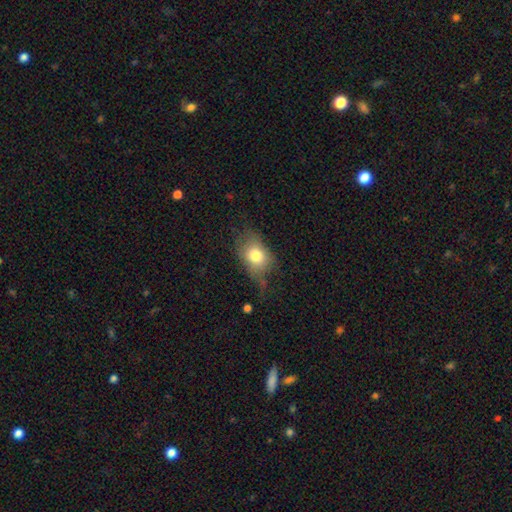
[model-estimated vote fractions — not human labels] Q: Smooth or featured?
A: smooth (75%); runner-up: featured or disk (15%)
Q: How rounded?
A: in between (68%); runner-up: round (30%)
Q: Merging?
A: none (48%); runner-up: minor disturbance (31%)